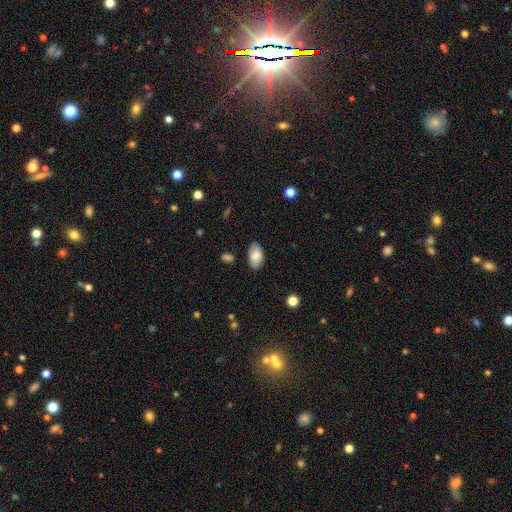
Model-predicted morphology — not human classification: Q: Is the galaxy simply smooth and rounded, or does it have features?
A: smooth — 80%.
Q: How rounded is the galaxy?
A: in between — 95%.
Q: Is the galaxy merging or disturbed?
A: none — 82%.